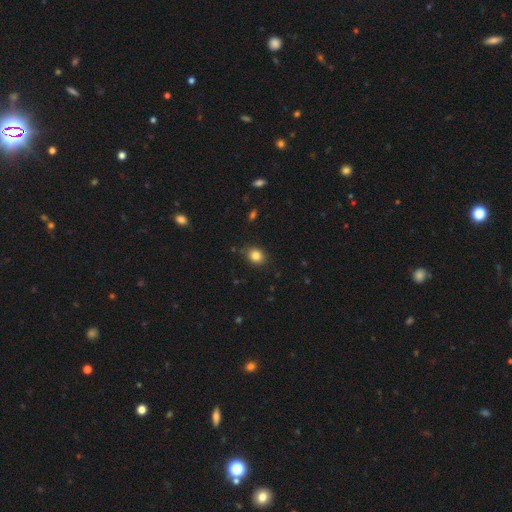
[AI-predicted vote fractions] Smooth or featured? smooth (84%)
How rounded? round (50%)
Merging? none (84%)